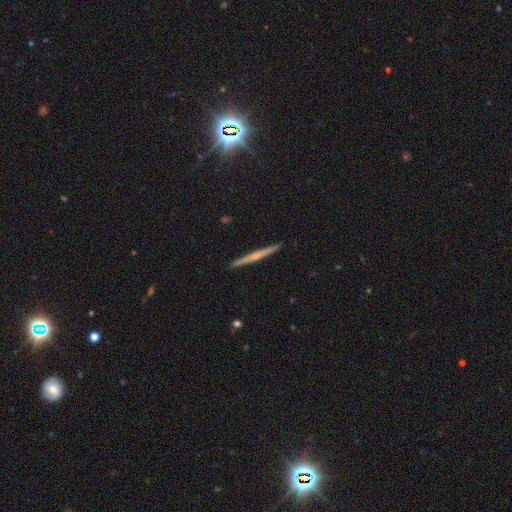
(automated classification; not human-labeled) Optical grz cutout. It shows a featured or disk galaxy (57%) viewed edge-on (98%) with no central bulge (60%). Merging: none (93%).